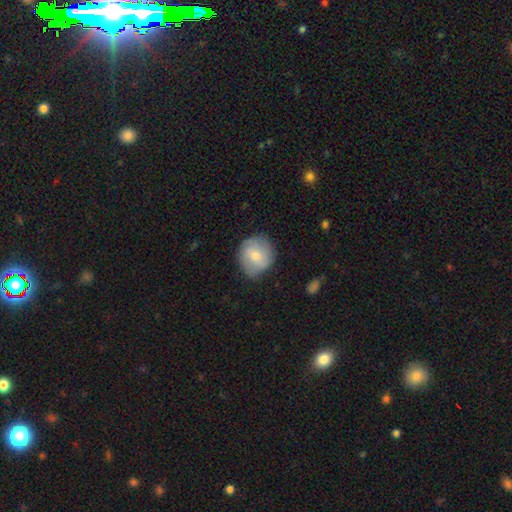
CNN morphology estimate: smooth_or_featured: smooth (p=0.66) [alt: featured or disk p=0.28]
how_rounded: round (p=0.83) [alt: in between p=0.16]
merging: none (p=0.75) [alt: minor disturbance p=0.20]